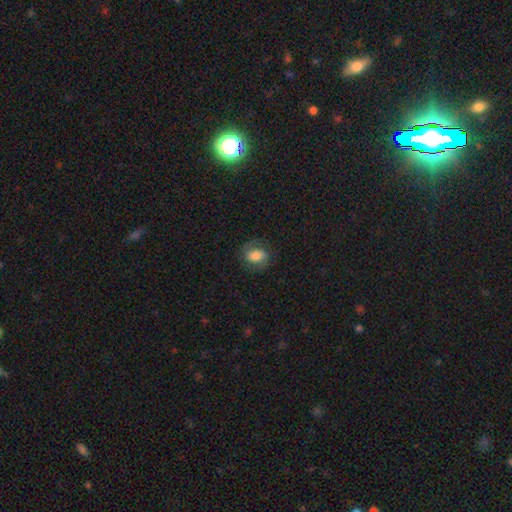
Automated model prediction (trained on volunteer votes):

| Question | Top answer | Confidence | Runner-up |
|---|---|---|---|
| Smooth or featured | smooth | 46% | featured or disk (45%) |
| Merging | none | 75% | minor disturbance (15%) |